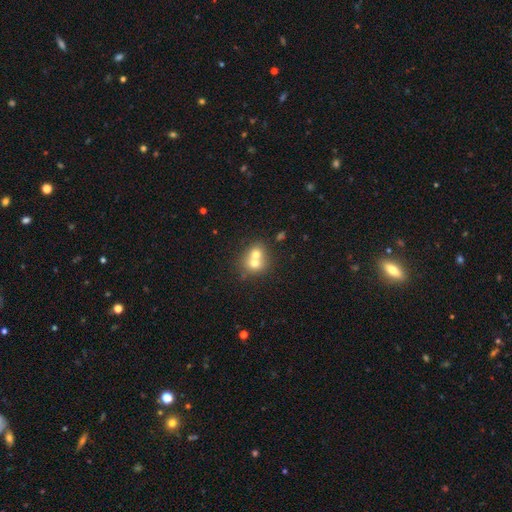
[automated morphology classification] A smooth galaxy with no disk features (66%) that is round (72%).

Vote fractions:
- Smooth or featured? smooth: 66% / featured or disk: 23% / star or artifact: 11%
- How rounded? round: 72% / in between: 27% / cigar-shaped: 1%
- Merging? merger: 67% / none: 26% / minor disturbance: 5% / major disturbance: 2%